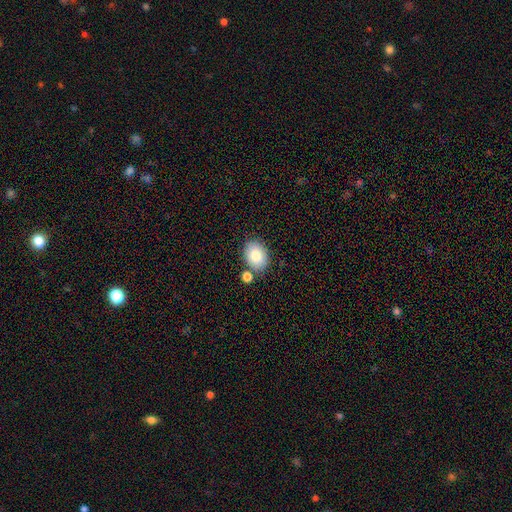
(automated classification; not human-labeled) Morphology: type=smooth (82%); roundness=in between (62%); merging=none (75%).